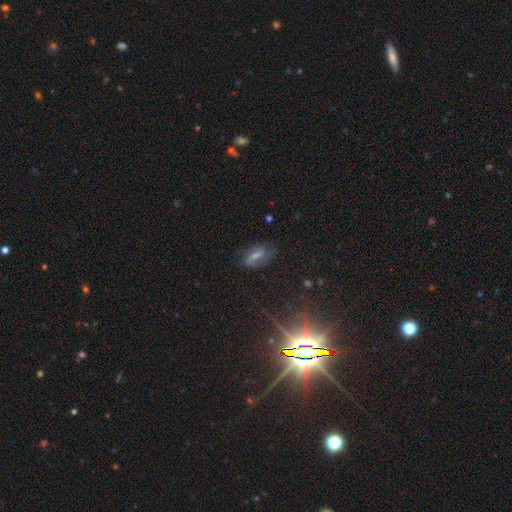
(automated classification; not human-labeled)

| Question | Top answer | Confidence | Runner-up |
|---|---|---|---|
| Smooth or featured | featured or disk | 46% | smooth (39%) |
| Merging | none | 69% | minor disturbance (21%) |